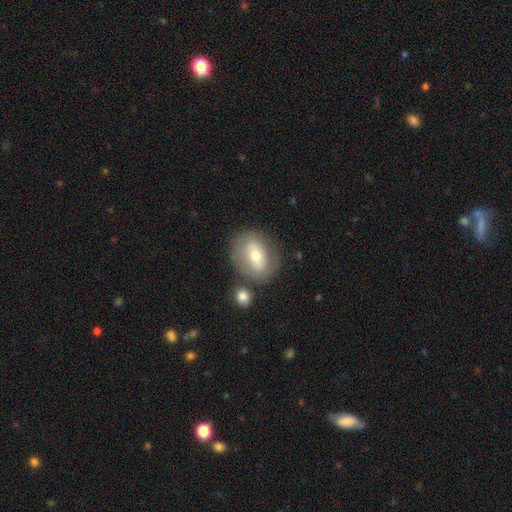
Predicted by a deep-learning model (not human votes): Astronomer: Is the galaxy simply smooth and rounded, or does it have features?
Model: smooth — 52% (runner-up: featured or disk, 40%).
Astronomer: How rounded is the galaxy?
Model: in between — 64%.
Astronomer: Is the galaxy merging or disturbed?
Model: none — 73%.